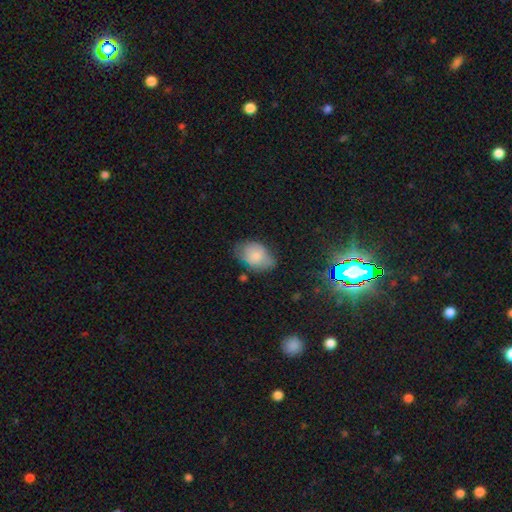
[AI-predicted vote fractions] smooth 76%, featured or disk 16%, star or artifact 8%. Down the decision tree: how rounded — in between (82%); merging — none (55%).